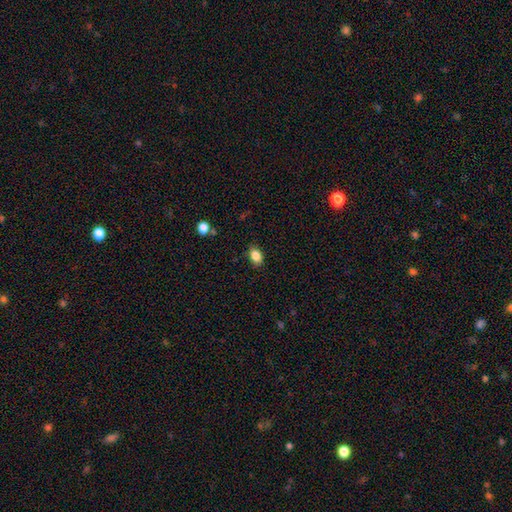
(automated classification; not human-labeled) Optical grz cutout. It shows a smooth galaxy with no disk features (86%) that is in between round and cigar-shaped (79%). Merging: none (85%).